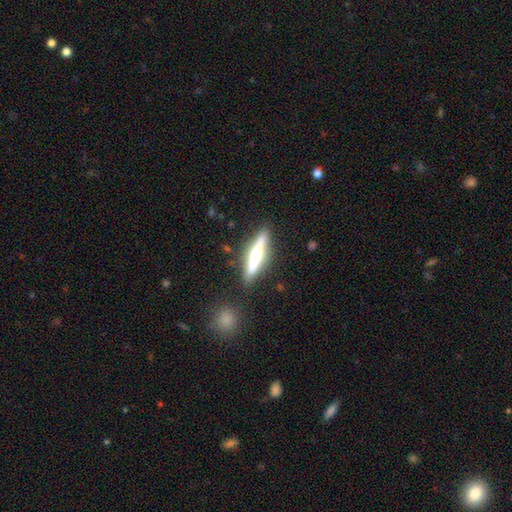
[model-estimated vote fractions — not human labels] This appears to be a featured or disk galaxy (53%) viewed edge-on (93%). Merging: none (85%).